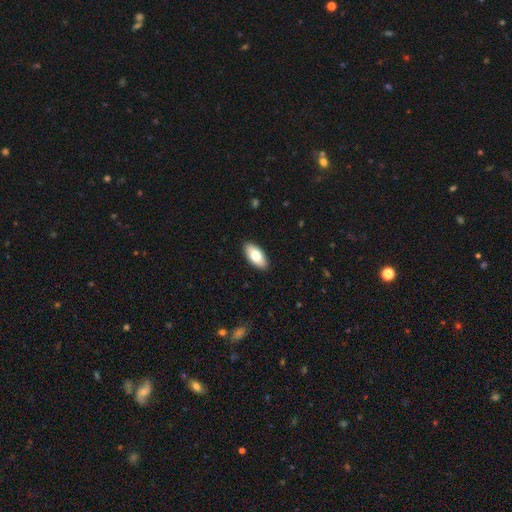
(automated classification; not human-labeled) The model was most divided on "smooth or featured": smooth: 77%, featured or disk: 17%, star or artifact: 6%. More confident: how rounded — in between (91%); merging — none (90%).